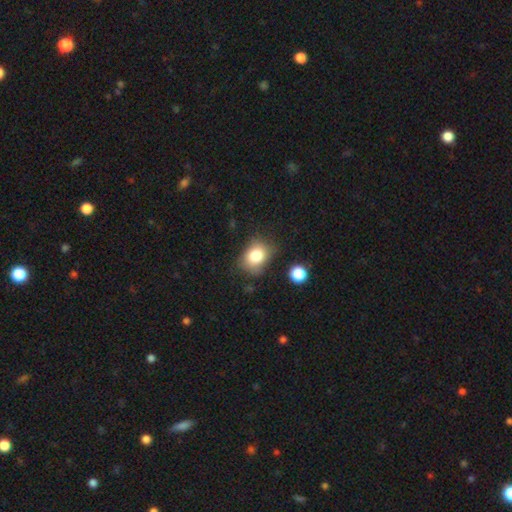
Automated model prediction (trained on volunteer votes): Morphology: type=smooth (79%); roundness=in between (53%); merging=none (68%).